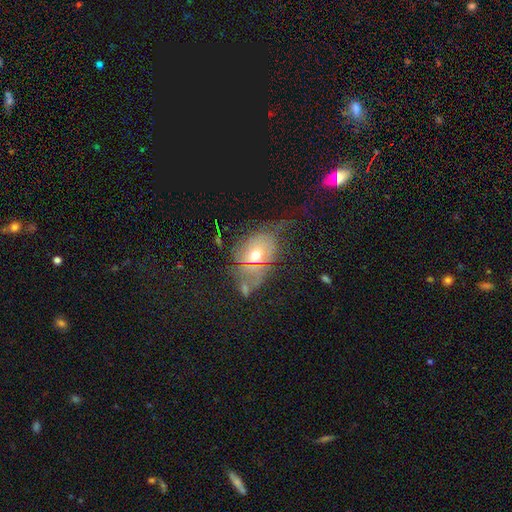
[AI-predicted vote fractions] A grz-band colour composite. It shows a smooth galaxy with no disk features (43%). Merging: major disturbance (35%).